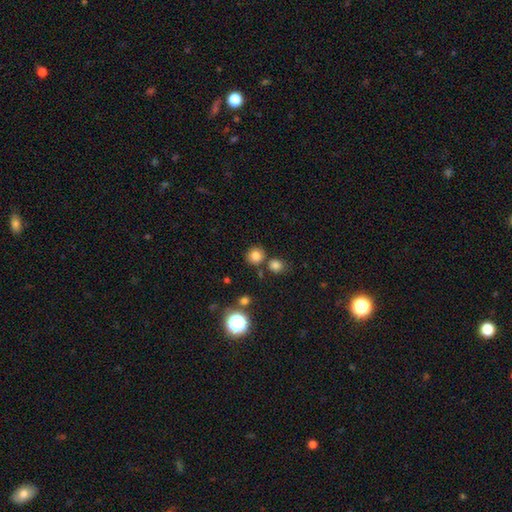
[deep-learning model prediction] A smooth galaxy with no disk features (79%) that is round (87%). Merging: none (76%).